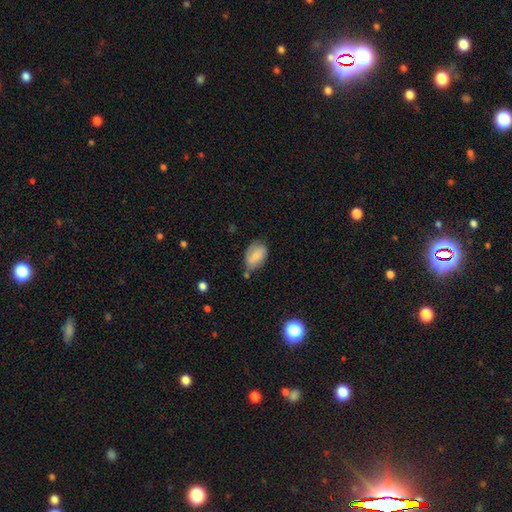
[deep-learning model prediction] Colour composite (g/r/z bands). It shows a smooth galaxy with no disk features (77%) that is in between round and cigar-shaped (87%). Merging: none (48%).